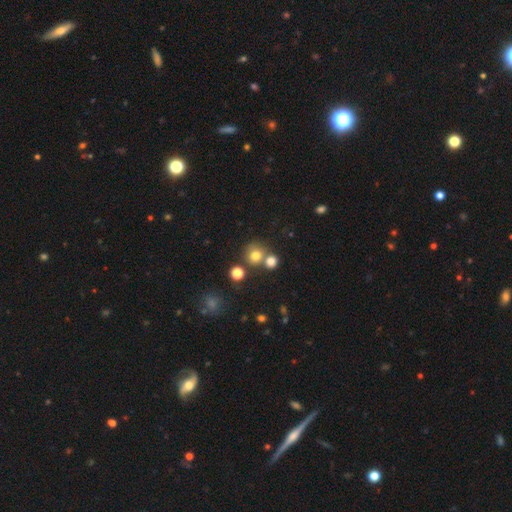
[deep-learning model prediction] Overall: smooth (75%). How rounded: round (86%). Merging: none (58%; merger 29%).